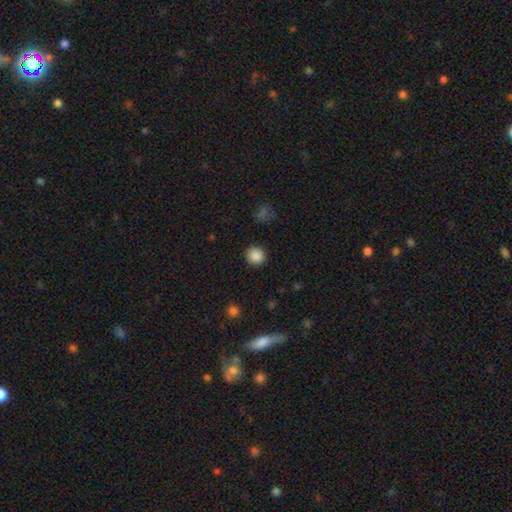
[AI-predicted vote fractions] Smooth or featured? smooth (87%)
How rounded? round (90%)
Merging? none (89%)